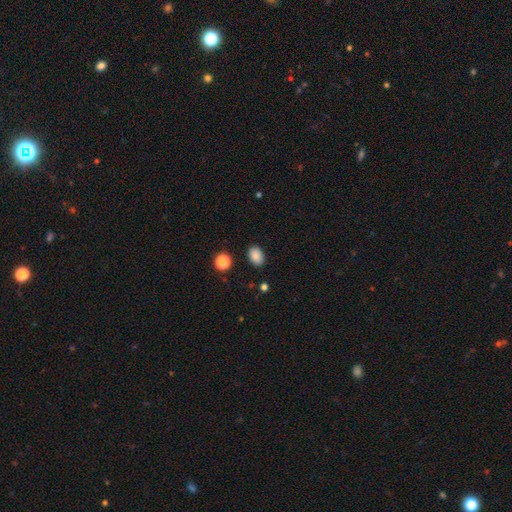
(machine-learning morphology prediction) type=smooth (86%); roundness=in between (80%); merging=none (87%).